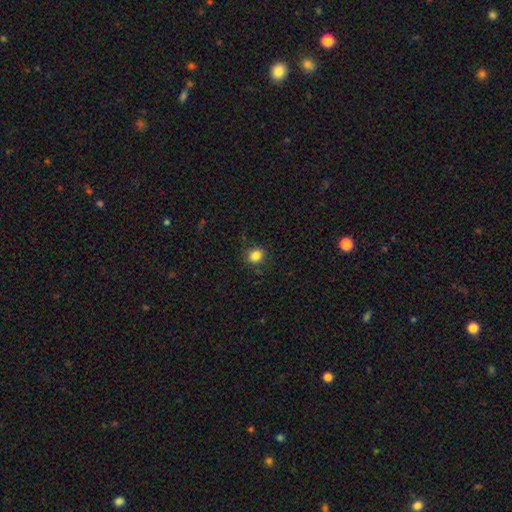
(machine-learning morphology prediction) Smooth or featured? smooth (84%)
How rounded? round (78%)
Merging? none (86%)